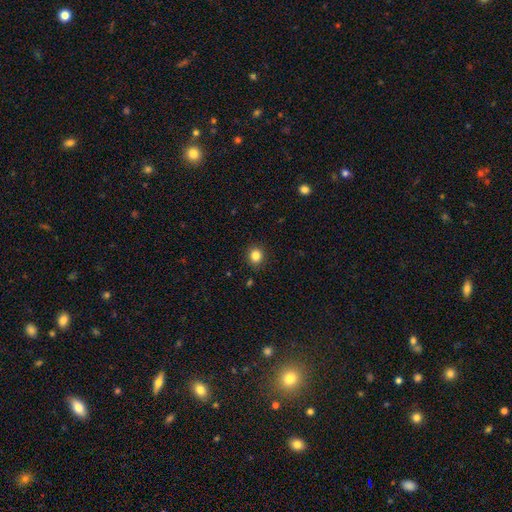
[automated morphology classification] Overall: smooth (84%). How rounded: round (85%). Merging: none (91%).